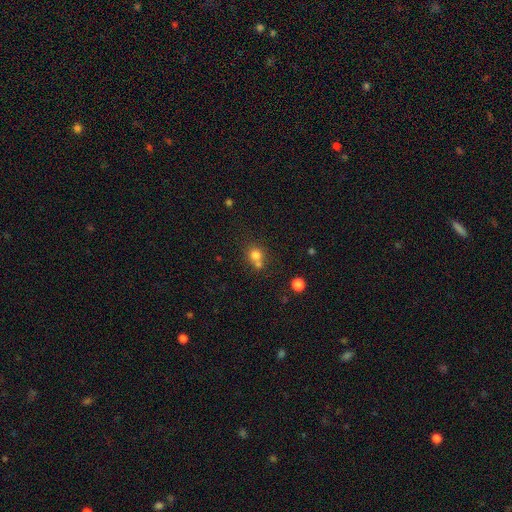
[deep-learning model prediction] Morphology: type=smooth (76%); roundness=round (82%); merging=none (47%).